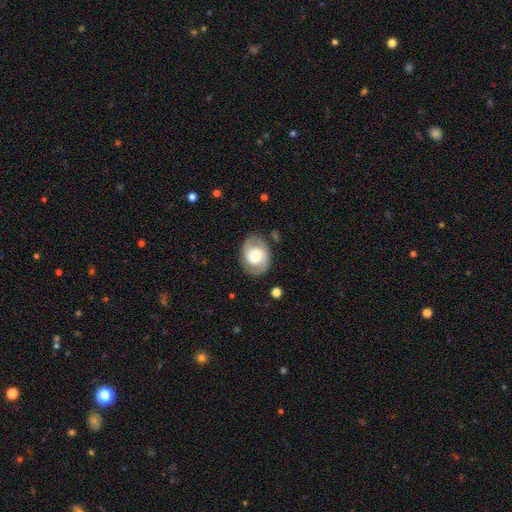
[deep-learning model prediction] Q: Smooth or featured?
A: featured or disk (71%); runner-up: smooth (23%)
Q: Edge-on disk?
A: no (97%); runner-up: yes (3%)
Q: Bar?
A: no (45%); runner-up: weak (42%)
Q: Spiral arms?
A: yes (88%); runner-up: no (12%)
Q: Spiral winding?
A: medium (48%); runner-up: tight (33%)
Q: Spiral arm count?
A: 2 (89%); runner-up: can't tell (5%)
Q: Bulge size?
A: moderate (56%); runner-up: large (27%)
Q: Merging?
A: none (81%); runner-up: minor disturbance (13%)